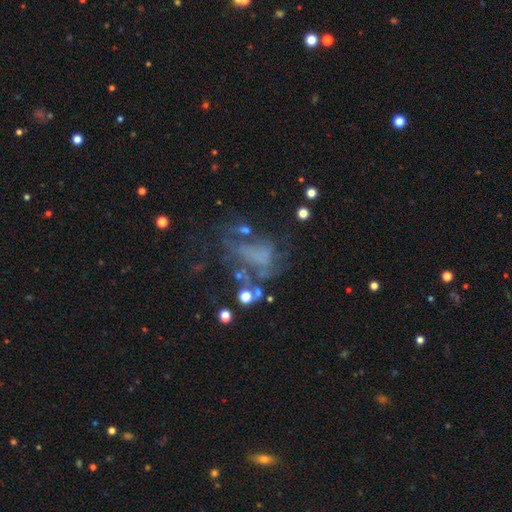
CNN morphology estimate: Smooth or featured?
  - featured or disk: 46% *
  - star or artifact: 27%
  - smooth: 26%
Merging?
  - major disturbance: 41% *
  - none: 32%
  - minor disturbance: 17%
  - merger: 10%